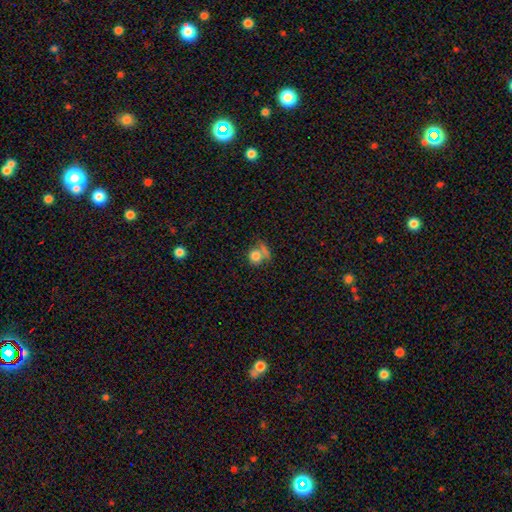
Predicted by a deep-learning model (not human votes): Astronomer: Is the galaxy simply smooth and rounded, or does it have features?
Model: smooth — 77%.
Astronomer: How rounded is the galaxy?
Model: round — 80%.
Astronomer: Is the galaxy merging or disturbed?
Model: none — 46% (runner-up: merger, 27%).